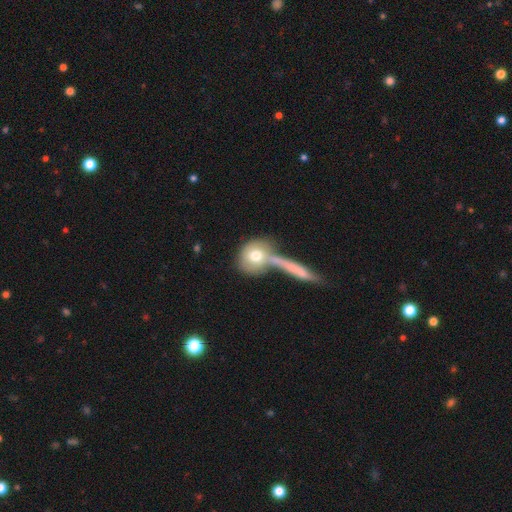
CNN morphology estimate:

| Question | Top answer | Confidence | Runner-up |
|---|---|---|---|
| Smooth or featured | smooth | 70% | featured or disk (23%) |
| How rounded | round | 76% | in between (19%) |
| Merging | none | 41% | merger (37%) |